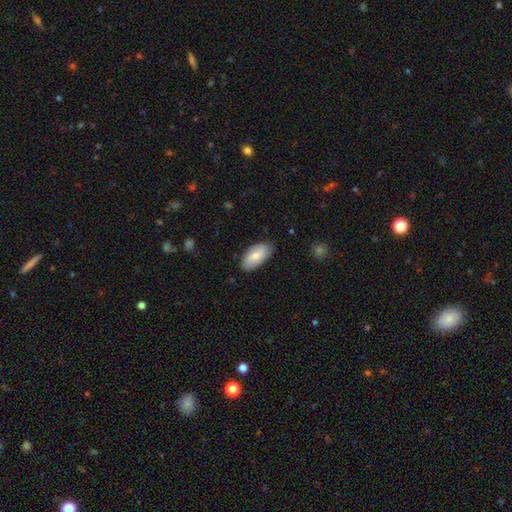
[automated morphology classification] The model was most divided on "smooth or featured": smooth: 75%, featured or disk: 19%, star or artifact: 6%. More confident: how rounded — in between (95%); merging — none (79%).